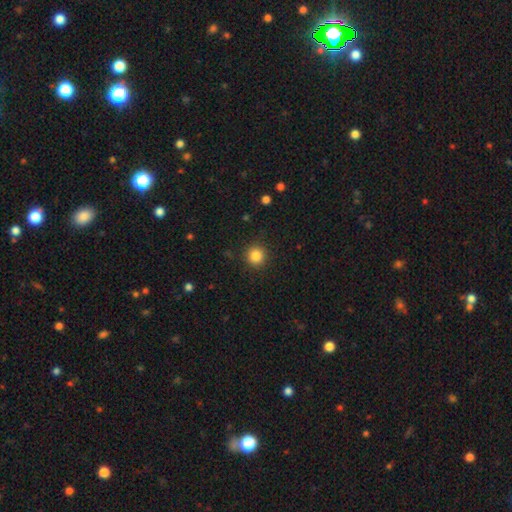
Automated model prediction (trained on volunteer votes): Q: Smooth or featured?
A: smooth (85%); runner-up: star or artifact (11%)
Q: How rounded?
A: round (94%); runner-up: in between (5%)
Q: Merging?
A: none (90%); runner-up: minor disturbance (6%)